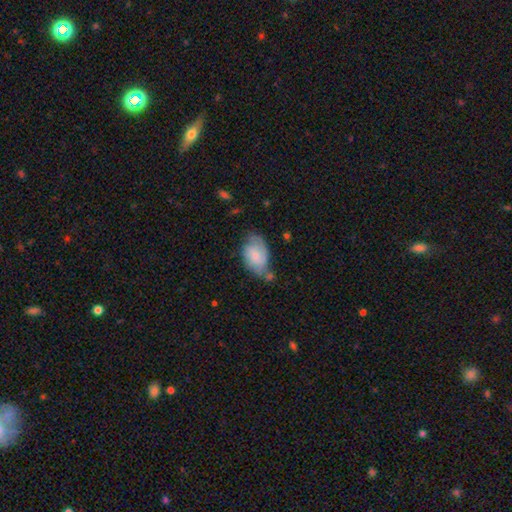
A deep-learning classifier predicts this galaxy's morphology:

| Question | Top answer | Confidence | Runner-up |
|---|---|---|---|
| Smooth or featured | smooth | 58% | featured or disk (35%) |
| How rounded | in between | 87% | round (11%) |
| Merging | none | 44% | minor disturbance (33%) |